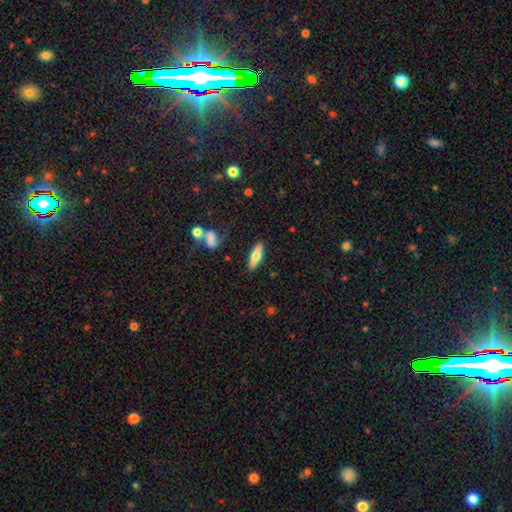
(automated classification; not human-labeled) Smooth or featured?
  - smooth: 58% *
  - featured or disk: 36%
  - star or artifact: 6%
How rounded?
  - cigar-shaped: 63% *
  - in between: 35%
  - round: 2%
Merging?
  - none: 85% *
  - minor disturbance: 9%
  - major disturbance: 3%
  - merger: 3%